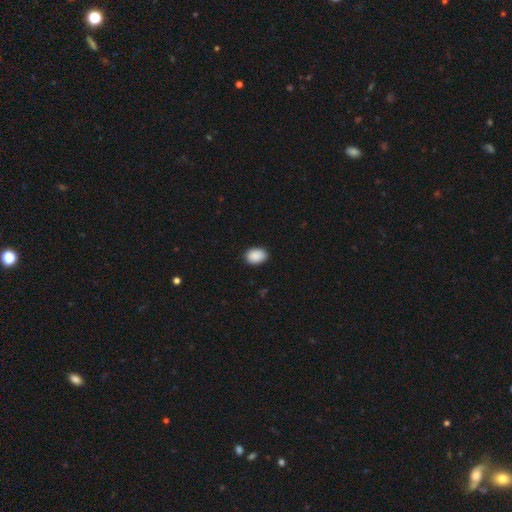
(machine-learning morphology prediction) smooth_or_featured: smooth (p=0.90) [alt: star or artifact p=0.07]
how_rounded: in between (p=0.74) [alt: round p=0.25]
merging: none (p=0.87) [alt: minor disturbance p=0.10]